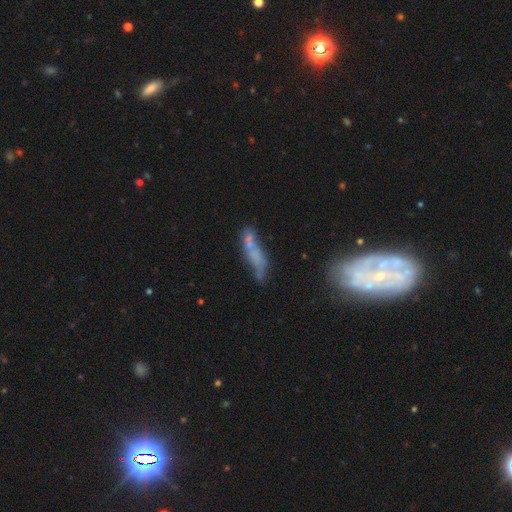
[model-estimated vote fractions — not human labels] Q: Smooth or featured?
A: smooth (45%); runner-up: featured or disk (42%)
Q: Merging?
A: none (40%); runner-up: merger (25%)